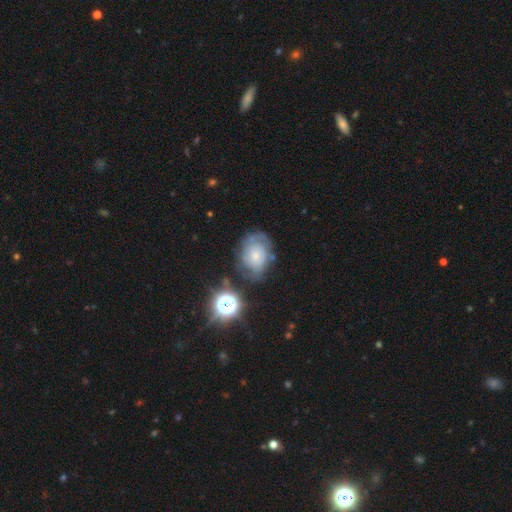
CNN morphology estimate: This appears to be a featured or disk galaxy (51%). Merging: none (55%).